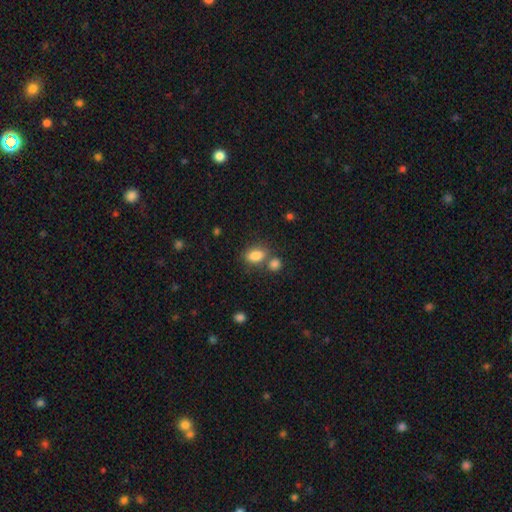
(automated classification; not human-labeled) Smooth or featured? smooth (84%)
How rounded? in between (83%)
Merging? none (56%)